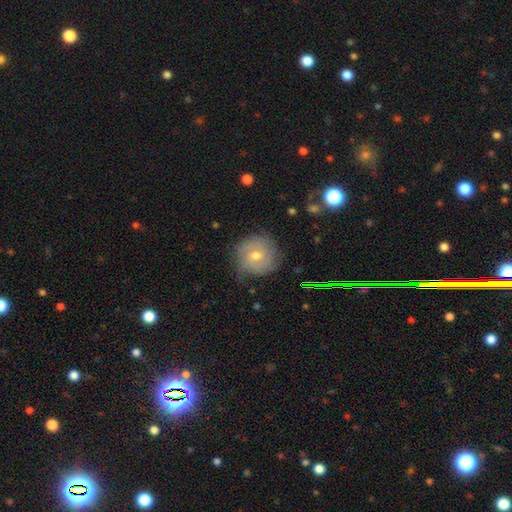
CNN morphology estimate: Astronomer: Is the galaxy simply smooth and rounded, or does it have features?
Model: featured or disk — 59%.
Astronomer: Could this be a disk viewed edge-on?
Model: no — 96%.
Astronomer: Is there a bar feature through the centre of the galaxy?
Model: no — 64%.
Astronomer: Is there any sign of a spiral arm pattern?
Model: yes — 84%.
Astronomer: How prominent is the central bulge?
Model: moderate — 62%.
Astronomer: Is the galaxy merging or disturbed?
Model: none — 73%.